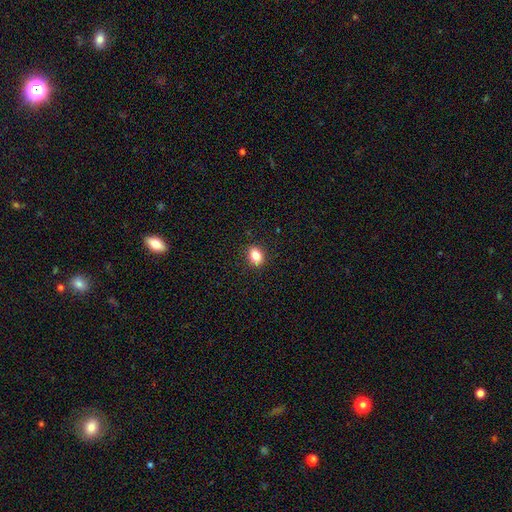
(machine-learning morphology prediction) Overall: smooth (83%). How rounded: in between (75%). Merging: none (90%).